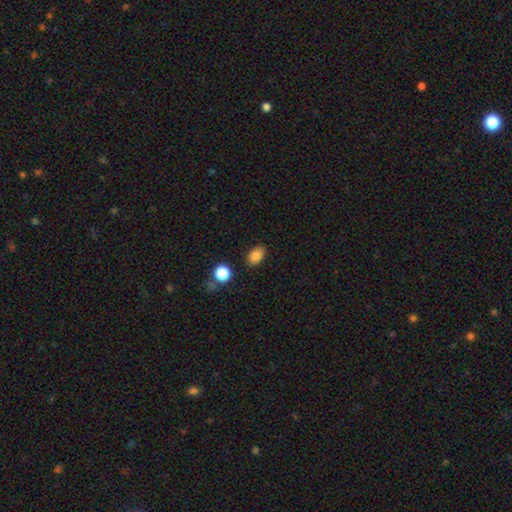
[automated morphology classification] Q: Smooth or featured?
A: smooth (85%); runner-up: star or artifact (10%)
Q: How rounded?
A: in between (83%); runner-up: round (16%)
Q: Merging?
A: none (85%); runner-up: minor disturbance (10%)